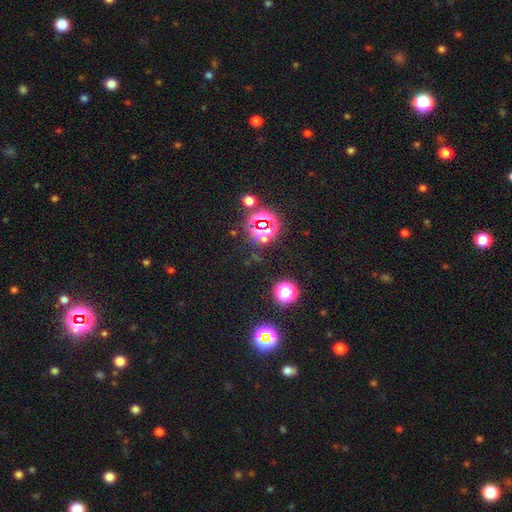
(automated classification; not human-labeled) star or artifact 82%, smooth 11%, featured or disk 7%.